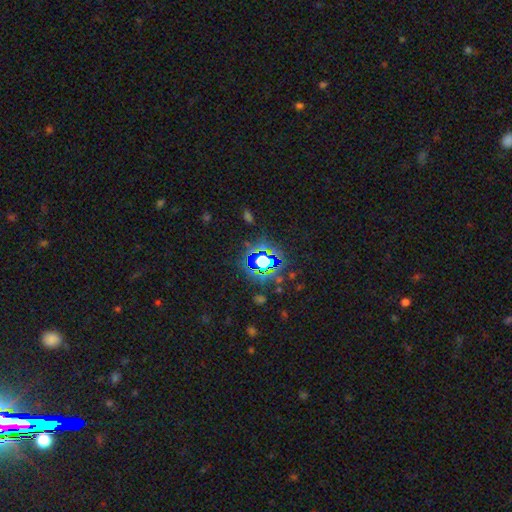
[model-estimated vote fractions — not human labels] Overall: star or artifact (75%).